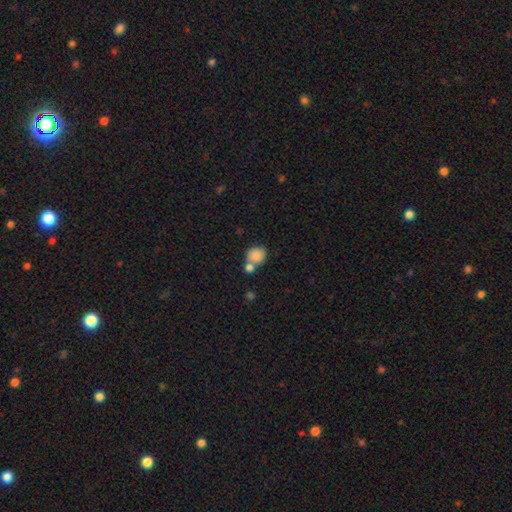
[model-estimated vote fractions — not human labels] A smooth galaxy with no disk features (84%) that is round (75%).

Vote fractions:
- Smooth or featured? smooth: 84% / star or artifact: 9% / featured or disk: 7%
- How rounded? round: 75% / in between: 24% / cigar-shaped: 1%
- Merging? none: 44% / merger: 40% / minor disturbance: 12% / major disturbance: 4%